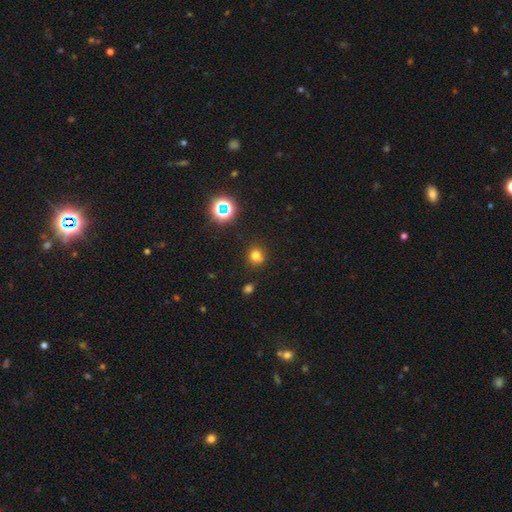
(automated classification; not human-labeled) smooth-or-featured: smooth: 72% | star or artifact: 21% | featured or disk: 8%
  how-rounded: round: 84% | in between: 15% | cigar-shaped: 1%
  merging: none: 78% | minor disturbance: 11% | merger: 7% | major disturbance: 3%